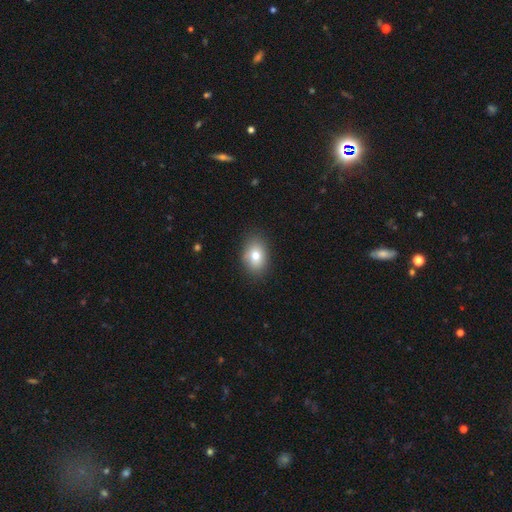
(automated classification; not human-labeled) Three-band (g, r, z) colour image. It shows a smooth galaxy with no disk features (78%) that is in between round and cigar-shaped (79%). Merging: none (85%).